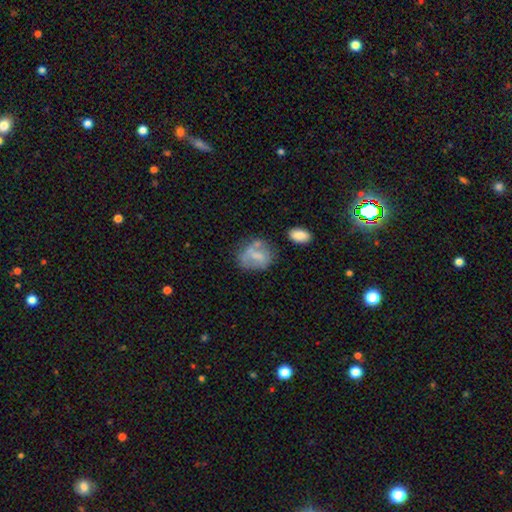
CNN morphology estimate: Smooth or featured?
  - smooth: 59% *
  - featured or disk: 32%
  - star or artifact: 9%
How rounded?
  - in between: 50% *
  - round: 48%
  - cigar-shaped: 2%
Merging?
  - none: 46% *
  - minor disturbance: 25%
  - major disturbance: 15%
  - merger: 14%